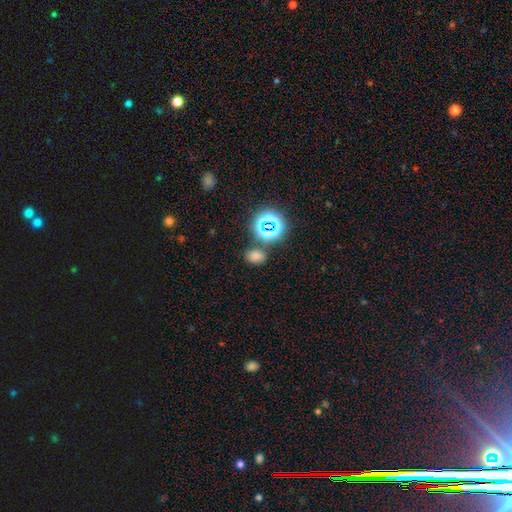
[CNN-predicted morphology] This appears to be a smooth galaxy with no disk features (67%) that is in between round and cigar-shaped (63%). Merging: none (76%).